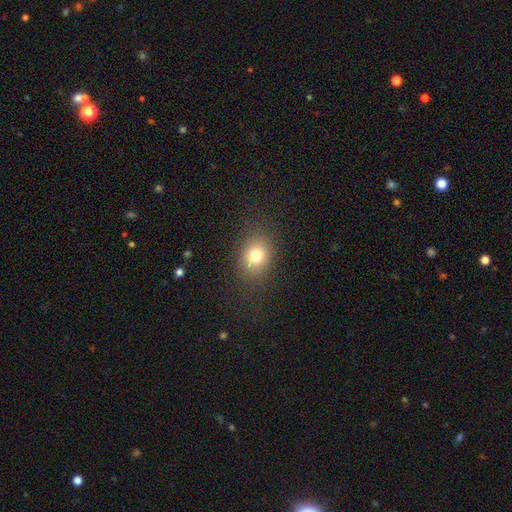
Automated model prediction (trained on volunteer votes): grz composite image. It shows a smooth galaxy with no disk features (77%) that is in between round and cigar-shaped (53%). Merging: none (82%).